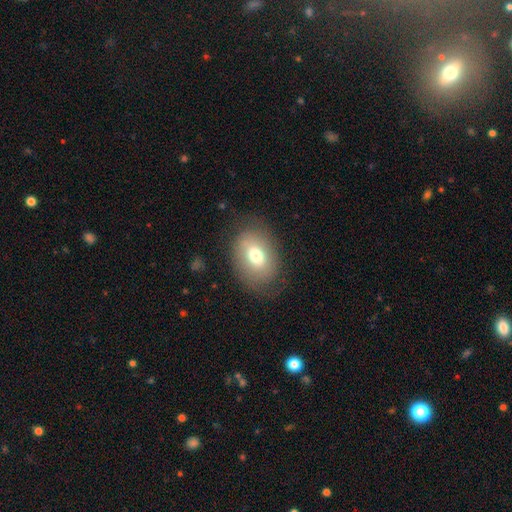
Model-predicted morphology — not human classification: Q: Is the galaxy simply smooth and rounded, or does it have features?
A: smooth — 69%.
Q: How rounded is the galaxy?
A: in between — 71%.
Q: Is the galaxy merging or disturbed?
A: none — 74%.